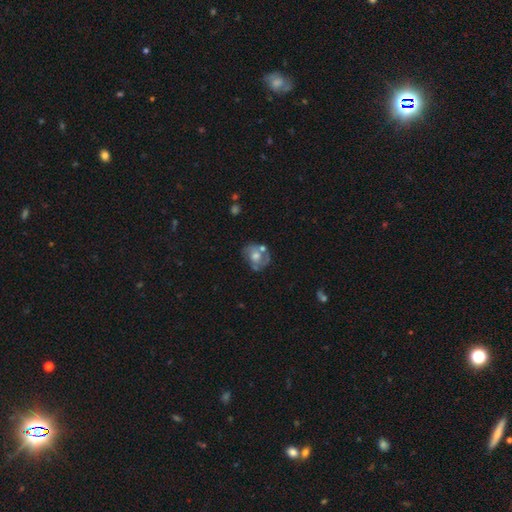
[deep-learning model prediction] Smooth or featured: featured or disk — 63% (smooth — 29%)
Edge-on disk: no — 97% (yes — 3%)
Bar: no — 77% (weak — 20%)
Spiral arms: yes — 66% (no — 34%)
Bulge size: moderate — 62% (large — 16%)
Merging: none — 49% (minor disturbance — 22%)